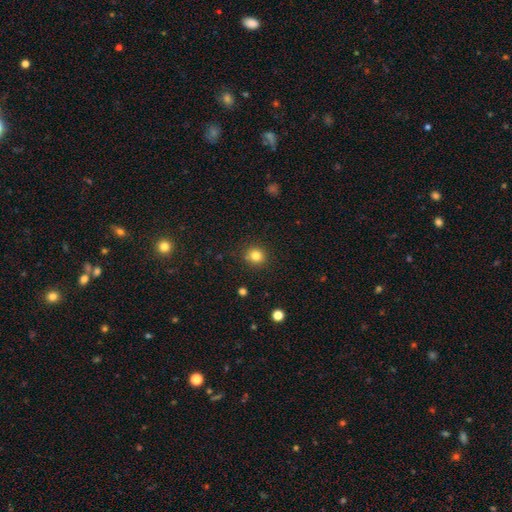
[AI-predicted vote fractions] Q: Smooth or featured?
A: smooth (82%); runner-up: star or artifact (12%)
Q: How rounded?
A: round (86%); runner-up: in between (13%)
Q: Merging?
A: none (87%); runner-up: minor disturbance (8%)